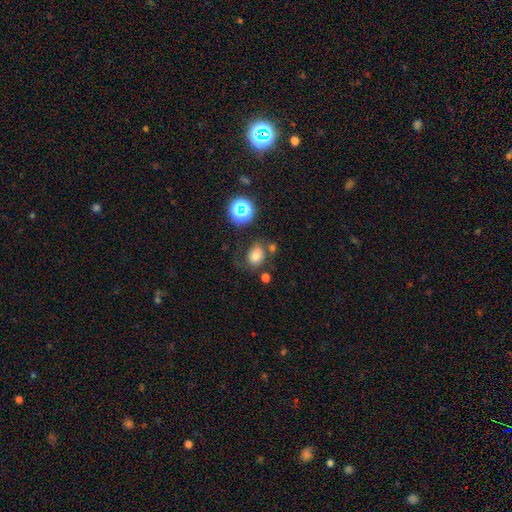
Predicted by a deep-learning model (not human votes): The model was most divided on "how rounded": in between: 57%, round: 42%, cigar-shaped: 1%. More confident: smooth or featured — smooth (73%); merging — none (60%).